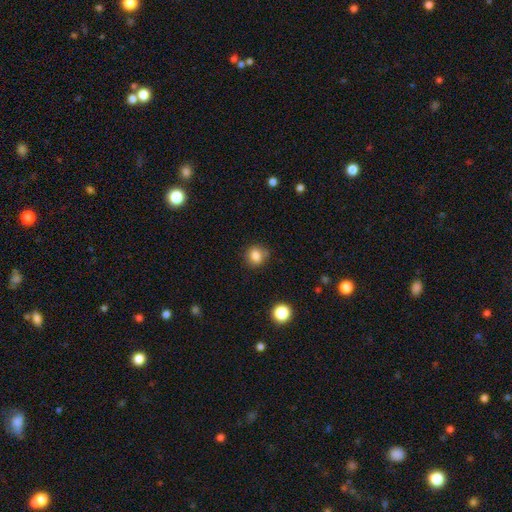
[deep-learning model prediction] This appears to be a smooth galaxy with no disk features (82%) that is round (75%). Merging: none (77%).